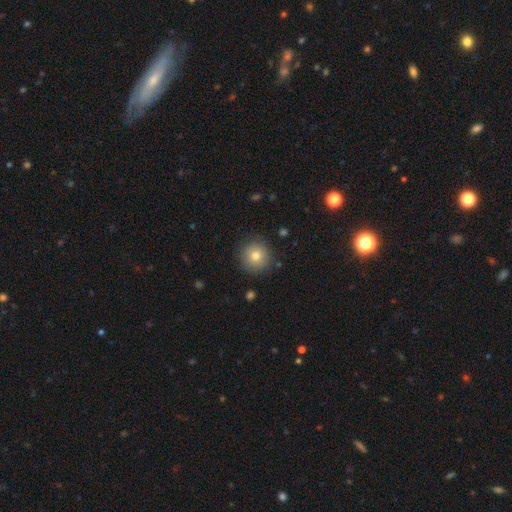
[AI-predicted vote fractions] smooth 78%, star or artifact 11%, featured or disk 11%. Down the decision tree: how rounded — round (95%); merging — none (89%).